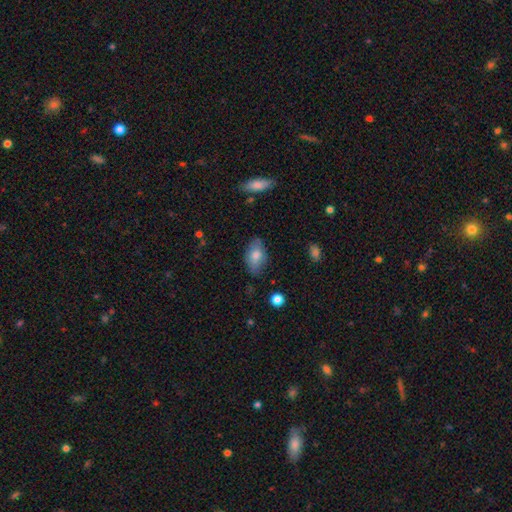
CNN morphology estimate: Smooth or featured? smooth (77%)
How rounded? in between (91%)
Merging? none (73%)